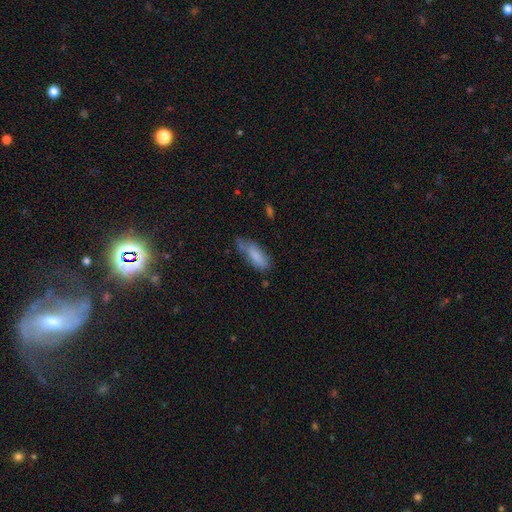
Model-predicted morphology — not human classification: This appears to be a smooth galaxy with no disk features (81%) that is in between round and cigar-shaped (62%). Merging: none (51%).